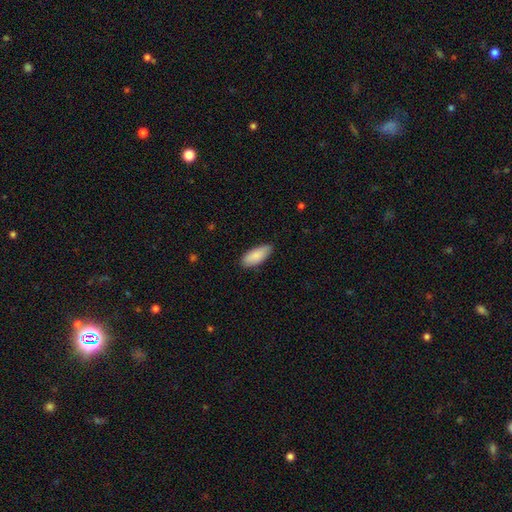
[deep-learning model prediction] A smooth galaxy with no disk features (87%) that is in between round and cigar-shaped (82%).

Vote fractions:
- Smooth or featured? smooth: 87% / featured or disk: 7% / star or artifact: 6%
- How rounded? in between: 82% / cigar-shaped: 17% / round: 2%
- Merging? none: 81% / minor disturbance: 16% / major disturbance: 2% / merger: 1%